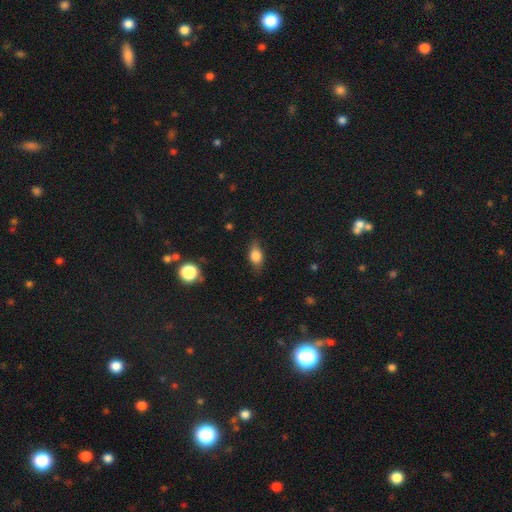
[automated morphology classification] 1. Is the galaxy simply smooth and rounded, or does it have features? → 76% smooth, 15% featured or disk, 9% star or artifact.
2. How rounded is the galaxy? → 80% in between, 13% round, 7% cigar-shaped.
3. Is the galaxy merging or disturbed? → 77% none, 18% minor disturbance, 4% major disturbance, 1% merger.